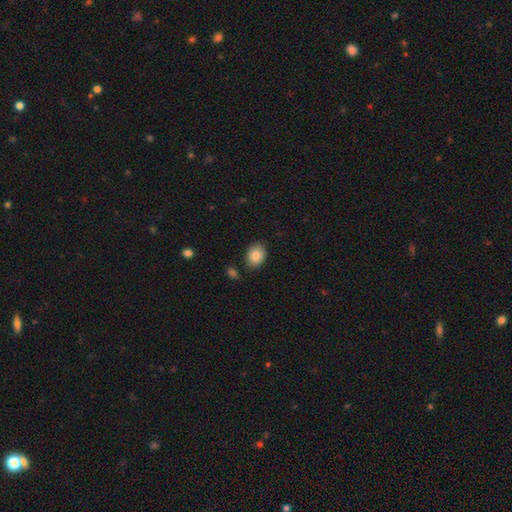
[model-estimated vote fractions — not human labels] Q: Smooth or featured?
A: smooth (86%); runner-up: star or artifact (8%)
Q: How rounded?
A: in between (60%); runner-up: round (39%)
Q: Merging?
A: none (83%); runner-up: minor disturbance (11%)